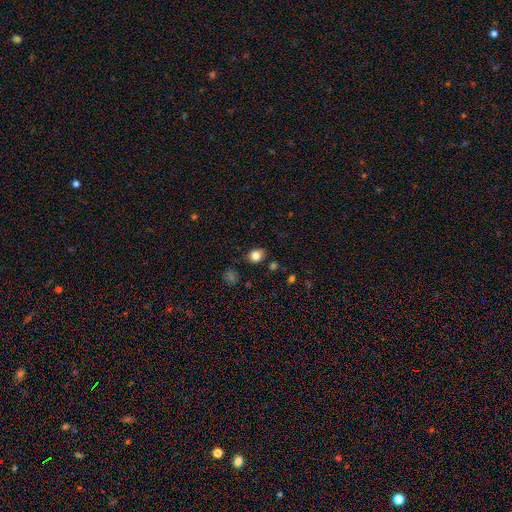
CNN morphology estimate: A smooth galaxy with no disk features (83%) that is round (65%). Merging: none (84%).